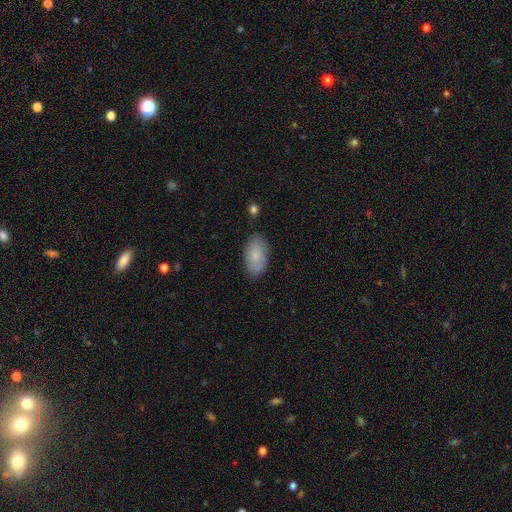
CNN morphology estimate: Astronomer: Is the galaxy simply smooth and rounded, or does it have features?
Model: smooth — 81%.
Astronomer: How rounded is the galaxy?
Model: in between — 94%.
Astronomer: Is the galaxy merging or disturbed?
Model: none — 83%.